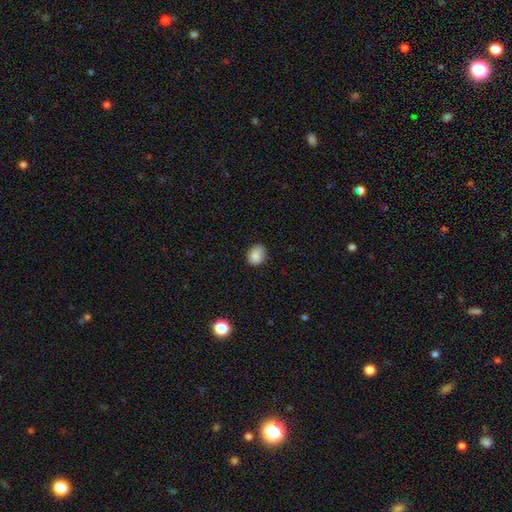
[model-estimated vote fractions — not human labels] Smooth or featured: smooth — 81% (featured or disk — 11%)
How rounded: round — 53% (in between — 46%)
Merging: none — 81% (minor disturbance — 15%)